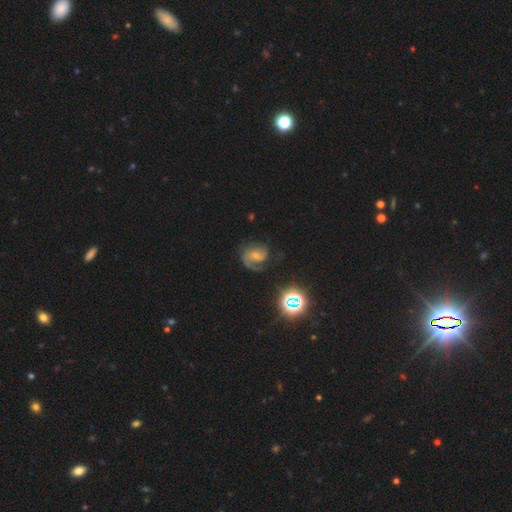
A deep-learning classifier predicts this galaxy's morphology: type=featured or disk (79%); edge-on=no (98%); bar=no (45%); spiral arms=yes (96%); winding=medium (51%); arm count=2 (55%); bulge=small (50%); merging=none (60%).